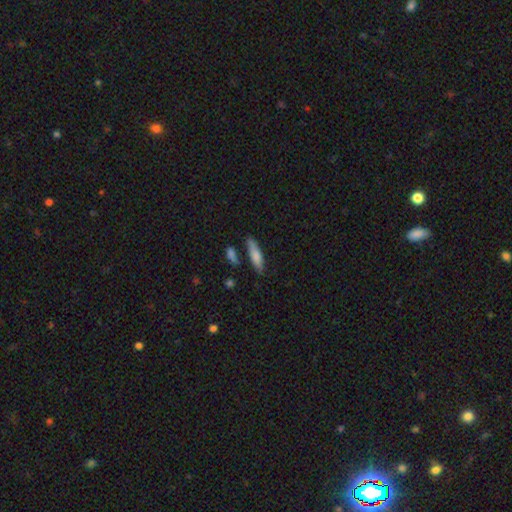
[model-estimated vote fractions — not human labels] smooth_or_featured: smooth (p=0.74) [alt: featured or disk p=0.19]
how_rounded: cigar-shaped (p=0.68) [alt: in between p=0.30]
merging: none (p=0.70) [alt: minor disturbance p=0.17]